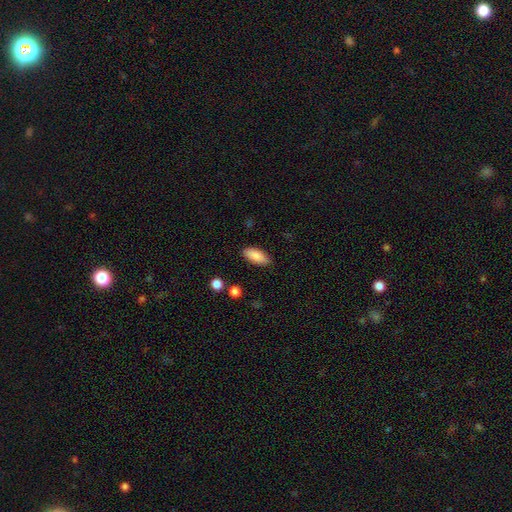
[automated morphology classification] This appears to be a smooth galaxy with no disk features (87%) that is in between round and cigar-shaped (84%). Merging: none (85%).